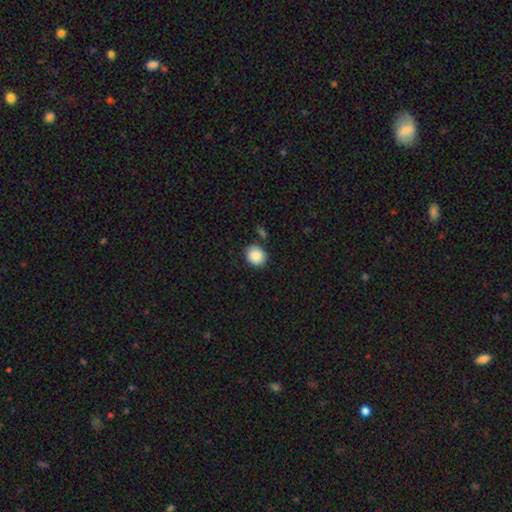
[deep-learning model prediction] smooth_or_featured: smooth (p=0.89) [alt: star or artifact p=0.07]
how_rounded: round (p=0.73) [alt: in between p=0.26]
merging: none (p=0.83) [alt: minor disturbance p=0.10]